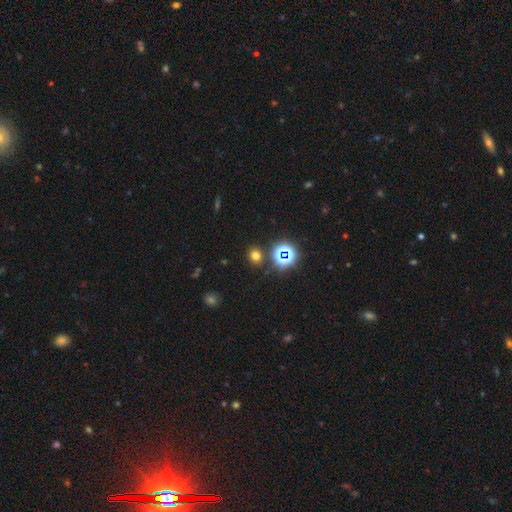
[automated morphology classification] Q: Smooth or featured?
A: smooth (67%); runner-up: star or artifact (27%)
Q: How rounded?
A: round (73%); runner-up: in between (25%)
Q: Merging?
A: none (85%); runner-up: minor disturbance (8%)